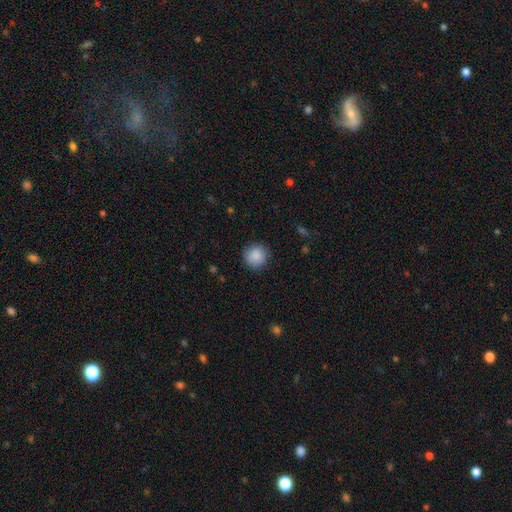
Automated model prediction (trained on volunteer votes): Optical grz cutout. It shows a smooth galaxy with no disk features (89%) that is round (93%). Merging: none (88%).